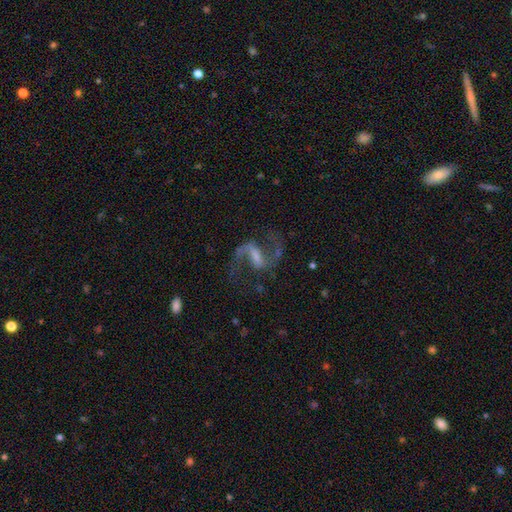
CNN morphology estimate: smooth-or-featured: featured or disk: 89% | star or artifact: 6% | smooth: 4%
  disk-edge-on: no: 97% | yes: 3%
    bar: strong: 44% (tied) | weak: 44% (tied) | no: 12%
    has-spiral-arms: yes: 97% | no: 3%
      spiral-winding: loose: 56% | medium: 39% | tight: 5%
      spiral-arm-count: 2: 93% | 1: 2% | can't tell: 2% | 3: 1% | 4: 1% | more than 4: 1%
    bulge-size: small: 43% | moderate: 26% | none: 25% | large: 5% | dominant: 1%
  merging: none: 76% | minor disturbance: 12% | major disturbance: 10% | merger: 2%